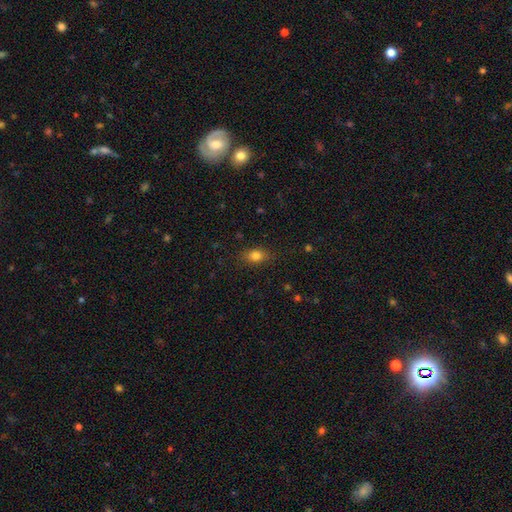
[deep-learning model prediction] This is clearly a smooth galaxy (80%). How rounded: likely in between (72%). Merging: clearly none (83%).